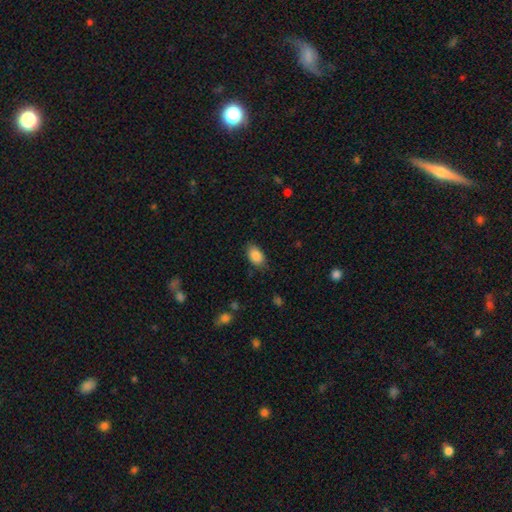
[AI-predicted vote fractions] smooth-or-featured: smooth: 87% | star or artifact: 7% | featured or disk: 5%
  how-rounded: in between: 90% | round: 9% | cigar-shaped: 1%
  merging: none: 81% | minor disturbance: 15% | major disturbance: 3% | merger: 1%